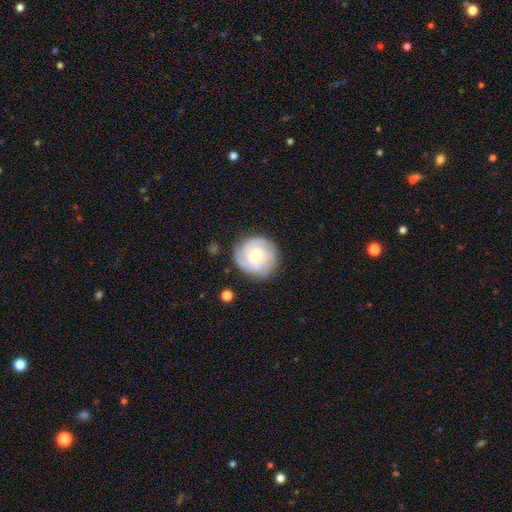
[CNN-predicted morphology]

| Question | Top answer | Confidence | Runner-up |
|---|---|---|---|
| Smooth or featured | featured or disk | 64% | smooth (29%) |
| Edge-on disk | no | 98% | yes (2%) |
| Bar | no | 67% | weak (28%) |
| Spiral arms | yes | 87% | no (13%) |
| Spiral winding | tight | 61% | medium (31%) |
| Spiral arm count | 3 | 35% | can't tell (29%) |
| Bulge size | moderate | 61% | small (34%) |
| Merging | none | 80% | minor disturbance (14%) |